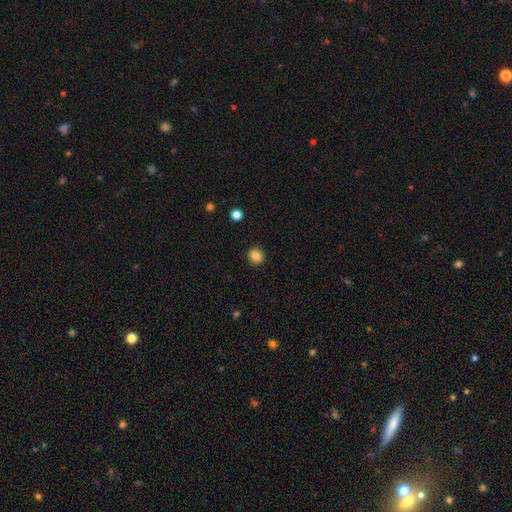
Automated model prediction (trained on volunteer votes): Smooth or featured?
  - smooth: 85% *
  - star or artifact: 11%
  - featured or disk: 4%
How rounded?
  - round: 84% *
  - in between: 16%
  - cigar-shaped: 1%
Merging?
  - none: 91% *
  - minor disturbance: 6%
  - major disturbance: 2%
  - merger: 1%